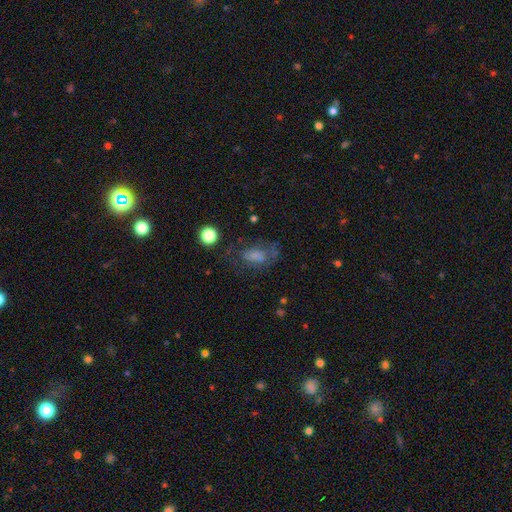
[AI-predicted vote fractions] smooth 43%, featured or disk 37%, star or artifact 20%. Down the decision tree: merging — none (52%).